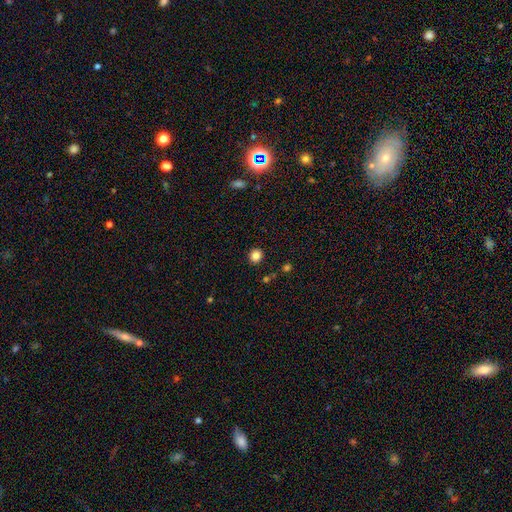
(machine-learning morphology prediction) A smooth galaxy with no disk features (84%) that is round (87%). Merging: none (91%).